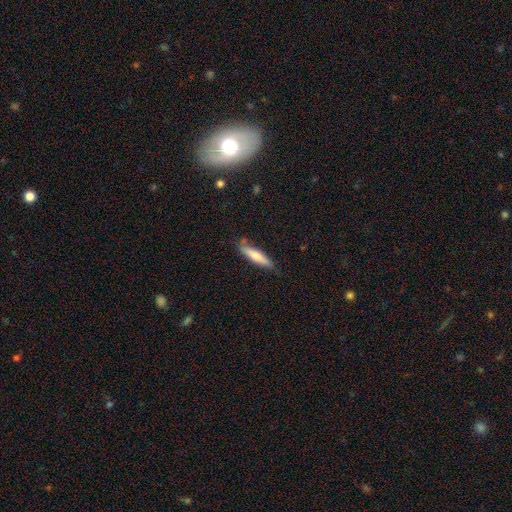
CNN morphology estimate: Smooth or featured? smooth (72%)
How rounded? cigar-shaped (79%)
Merging? none (76%)